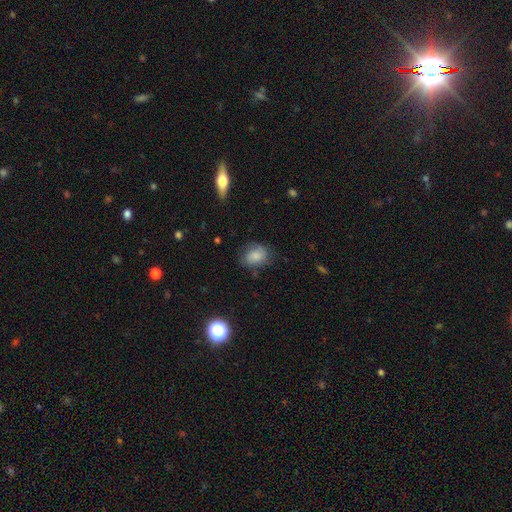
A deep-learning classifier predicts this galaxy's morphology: A smooth galaxy with no disk features (76%) that is in between round and cigar-shaped (60%).

Vote fractions:
- Smooth or featured? smooth: 76% / featured or disk: 15% / star or artifact: 9%
- How rounded? in between: 60% / round: 39% / cigar-shaped: 1%
- Merging? none: 68% / minor disturbance: 23% / major disturbance: 8% / merger: 2%